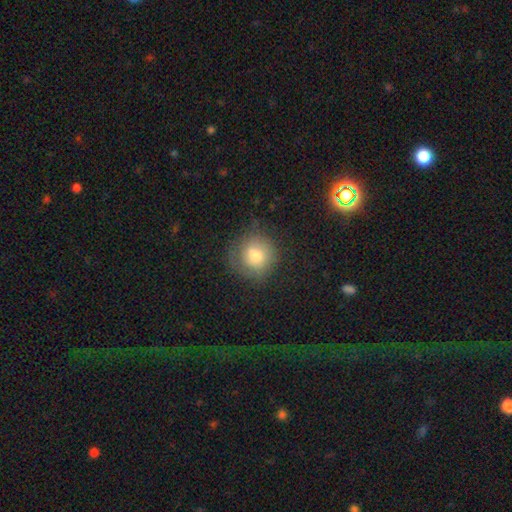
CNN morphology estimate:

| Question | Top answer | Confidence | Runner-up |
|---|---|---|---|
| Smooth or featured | smooth | 70% | featured or disk (21%) |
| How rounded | round | 89% | in between (10%) |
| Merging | none | 67% | minor disturbance (21%) |